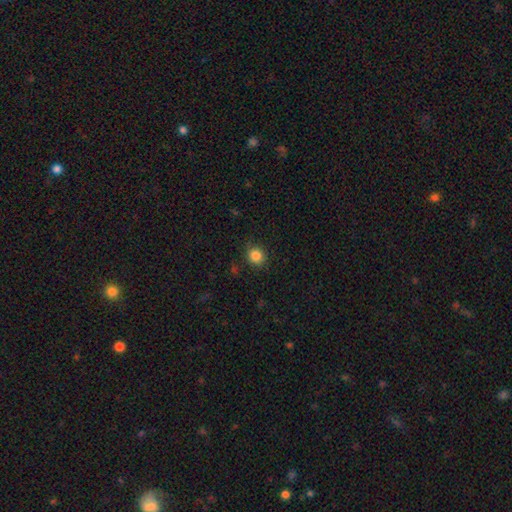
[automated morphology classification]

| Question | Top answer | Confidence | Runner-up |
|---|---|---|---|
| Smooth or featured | smooth | 85% | star or artifact (11%) |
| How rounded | round | 84% | in between (15%) |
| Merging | none | 84% | minor disturbance (11%) |